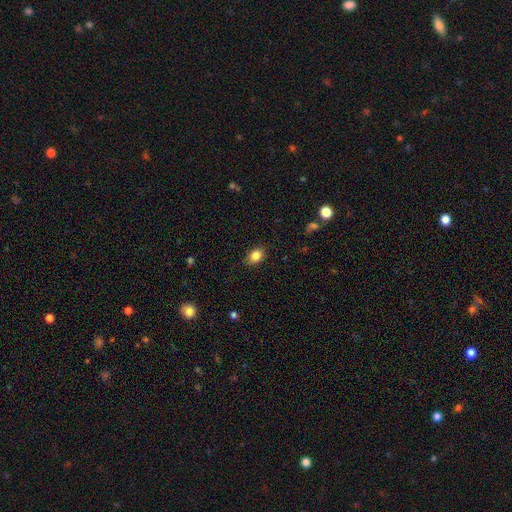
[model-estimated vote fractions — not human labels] smooth-or-featured: smooth: 84% | star or artifact: 9% | featured or disk: 6%
  how-rounded: in between: 69% | round: 29% | cigar-shaped: 1%
  merging: none: 81% | minor disturbance: 15% | major disturbance: 3% | merger: 1%